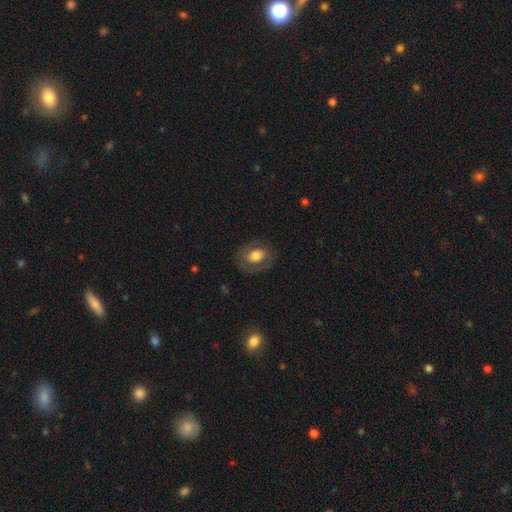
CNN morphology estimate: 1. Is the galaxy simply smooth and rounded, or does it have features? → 57% smooth, 36% featured or disk, 7% star or artifact.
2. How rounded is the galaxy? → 59% in between, 39% round, 1% cigar-shaped.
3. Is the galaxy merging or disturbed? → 77% none, 14% minor disturbance, 8% major disturbance, 1% merger.